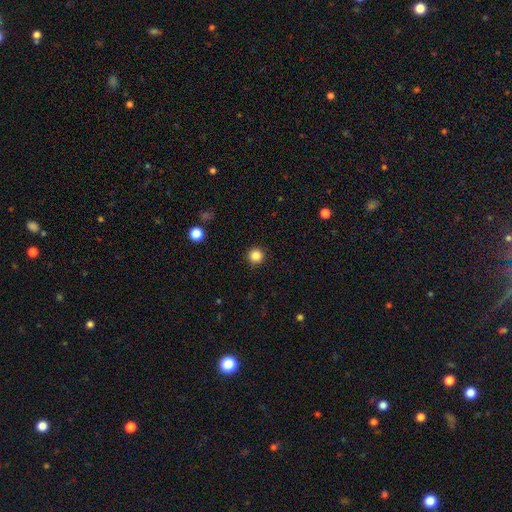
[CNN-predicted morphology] Smooth or featured? Predicted: smooth (p=0.85). How rounded? Predicted: round (p=0.96). Merging? Predicted: none (p=0.93).